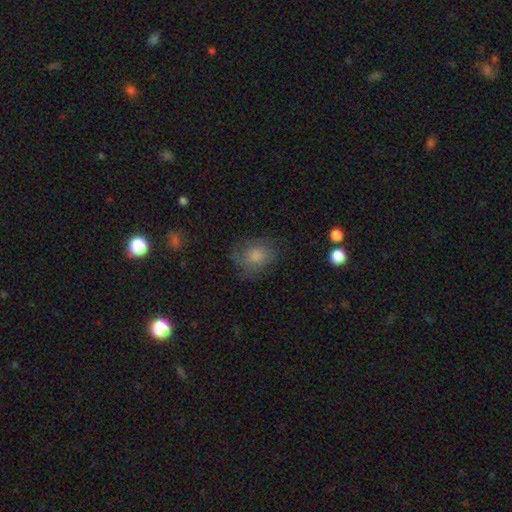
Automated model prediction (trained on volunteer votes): Q: Smooth or featured?
A: smooth (61%); runner-up: featured or disk (25%)
Q: How rounded?
A: round (54%); runner-up: in between (45%)
Q: Merging?
A: none (67%); runner-up: minor disturbance (21%)